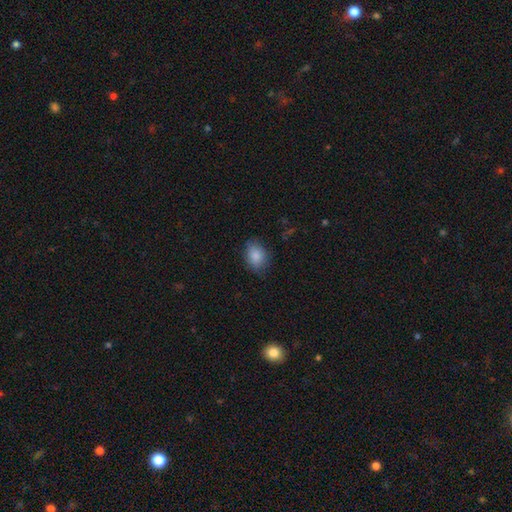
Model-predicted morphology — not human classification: This is clearly a smooth galaxy (86%). How rounded: likely in between (65%). Merging: likely none (76%).